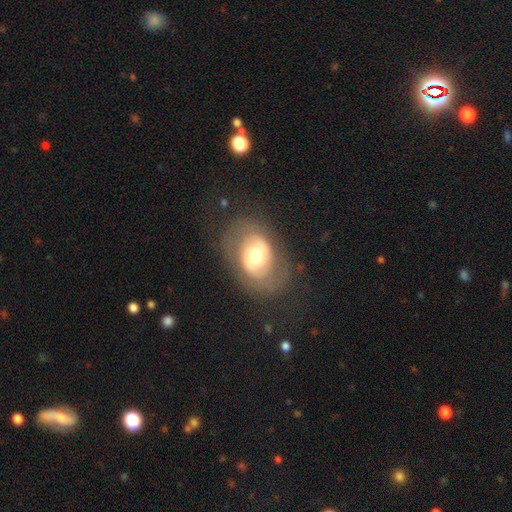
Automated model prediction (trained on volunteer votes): Smooth or featured? featured or disk (56%)
Edge-on disk? no (94%)
Bar? no (50%)
Spiral arms? yes (53%)
Bulge size? moderate (63%)
Merging? none (68%)